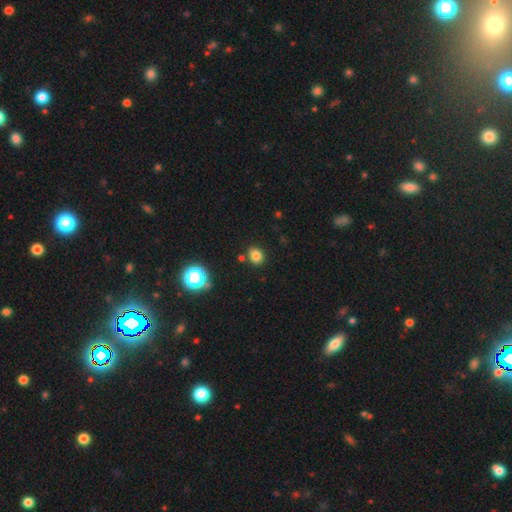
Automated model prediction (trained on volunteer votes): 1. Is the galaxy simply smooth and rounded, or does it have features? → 80% smooth, 14% star or artifact, 6% featured or disk.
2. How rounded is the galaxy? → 64% round, 35% in between, 1% cigar-shaped.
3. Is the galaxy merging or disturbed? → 83% none, 9% minor disturbance, 5% merger, 3% major disturbance.